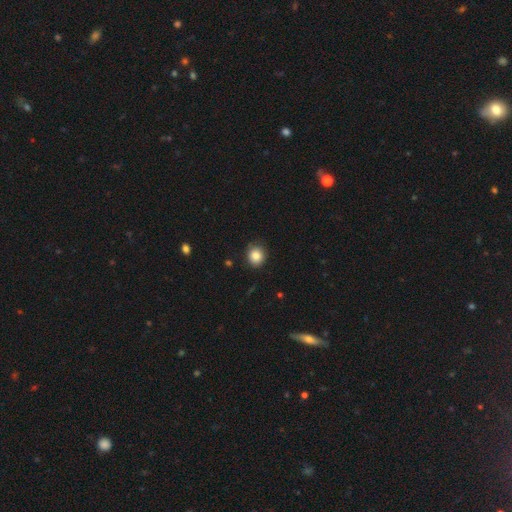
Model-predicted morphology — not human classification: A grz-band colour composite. It shows a smooth galaxy with no disk features (85%) that is round (78%). Merging: none (83%).